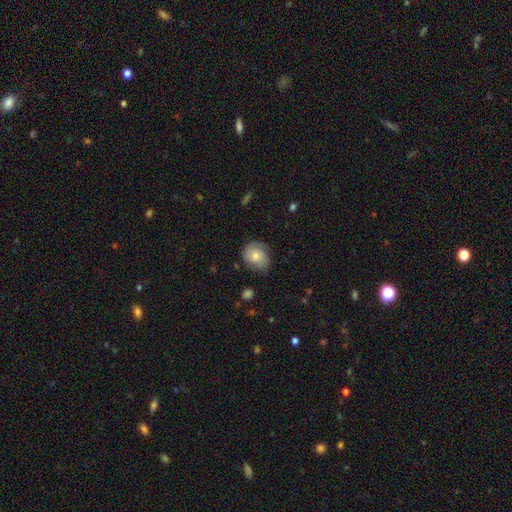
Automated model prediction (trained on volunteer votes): A smooth galaxy with no disk features (58%) that is round (69%). Merging: none (66%).